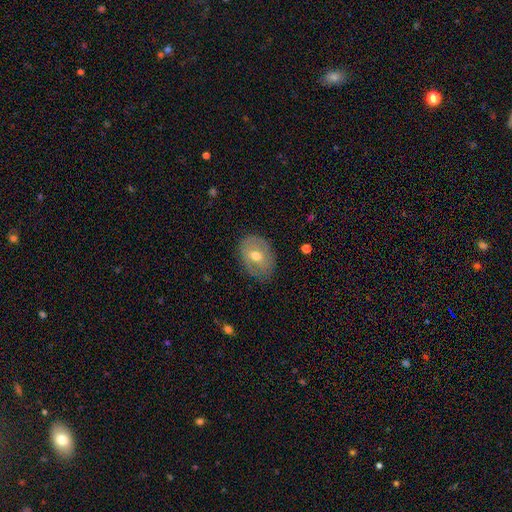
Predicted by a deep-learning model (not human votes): A smooth galaxy with no disk features (49%). Merging: none (78%).